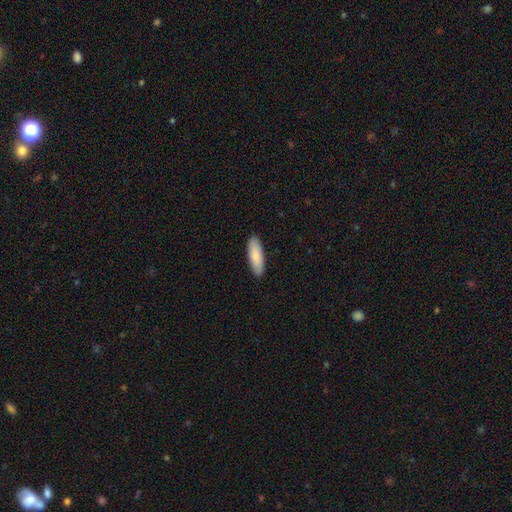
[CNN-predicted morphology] Smooth or featured?
  - smooth: 84% *
  - featured or disk: 11%
  - star or artifact: 5%
How rounded?
  - in between: 58% *
  - cigar-shaped: 40%
  - round: 2%
Merging?
  - none: 90% *
  - minor disturbance: 8%
  - major disturbance: 1%
  - merger: 1%